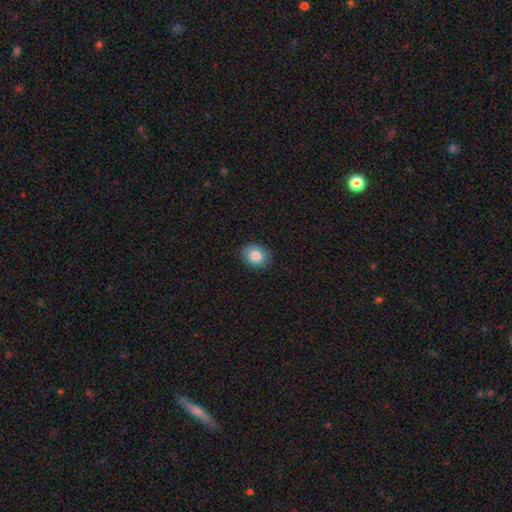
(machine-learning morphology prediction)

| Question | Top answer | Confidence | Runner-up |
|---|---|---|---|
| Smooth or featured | smooth | 83% | star or artifact (9%) |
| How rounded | round | 55% | in between (44%) |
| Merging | none | 89% | minor disturbance (8%) |